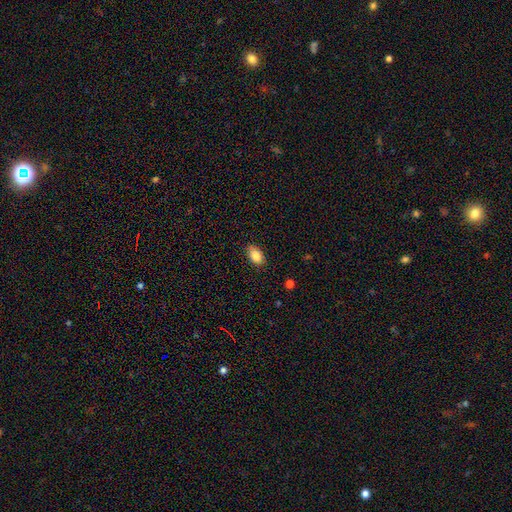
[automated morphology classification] A smooth galaxy with no disk features (86%) that is in between round and cigar-shaped (89%).

Vote fractions:
- Smooth or featured? smooth: 86% / star or artifact: 8% / featured or disk: 7%
- How rounded? in between: 89% / round: 9% / cigar-shaped: 2%
- Merging? none: 83% / minor disturbance: 13% / major disturbance: 2% / merger: 1%